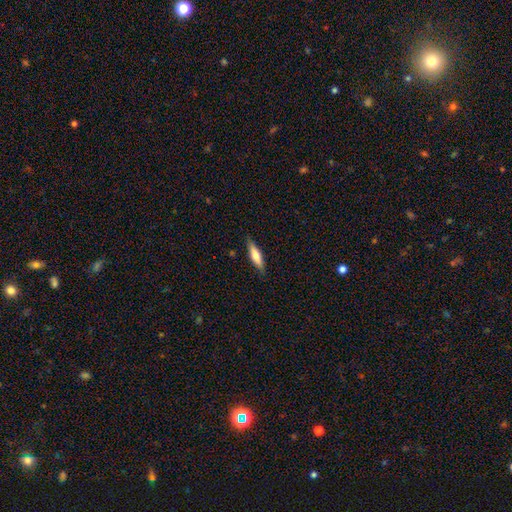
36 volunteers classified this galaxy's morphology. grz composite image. It shows a smooth galaxy with no disk features (64%) that is cigar-shaped (83%). Merging: none (88%).